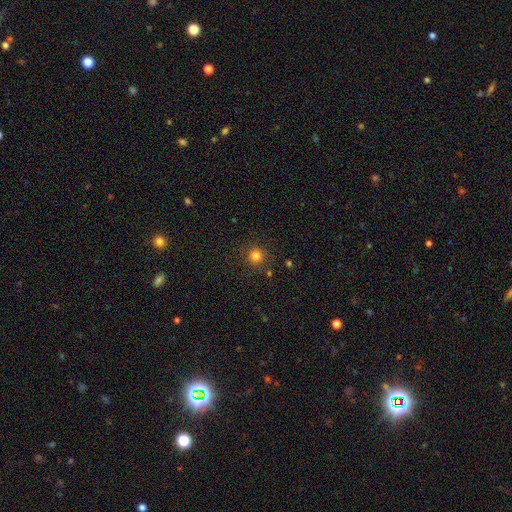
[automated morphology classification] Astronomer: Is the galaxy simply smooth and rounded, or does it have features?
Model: smooth — 80%.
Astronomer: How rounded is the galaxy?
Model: round — 94%.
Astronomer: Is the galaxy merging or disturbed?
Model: none — 87%.